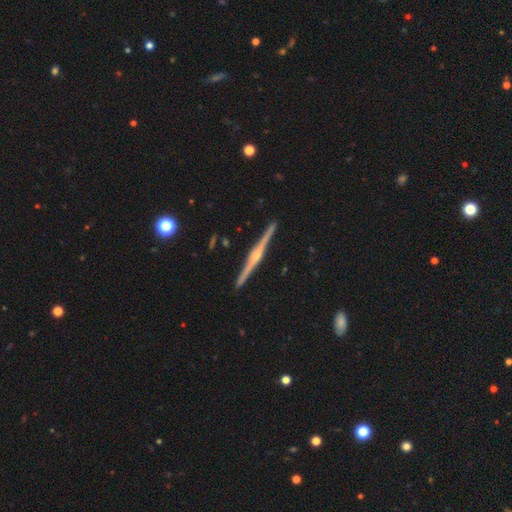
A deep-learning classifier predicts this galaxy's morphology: The model was most divided on "edge-on bulge": rounded: 81%, boxy: 12%, none: 8%. More confident: edge-on disk — yes (99%); merging — none (92%); smooth or featured — featured or disk (88%).